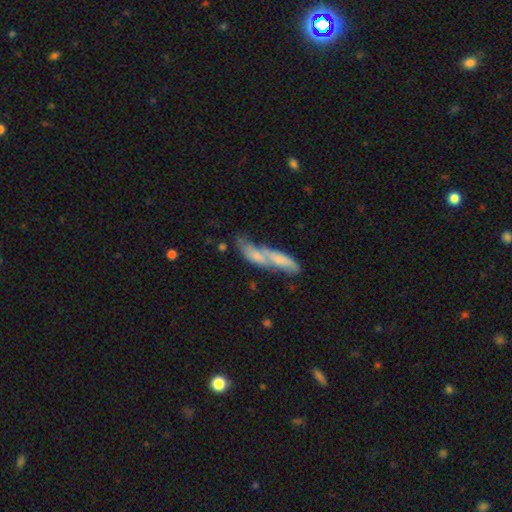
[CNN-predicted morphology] This appears to be a smooth galaxy with no disk features (63%) that is in between round and cigar-shaped (50%). Merging: merger (65%).